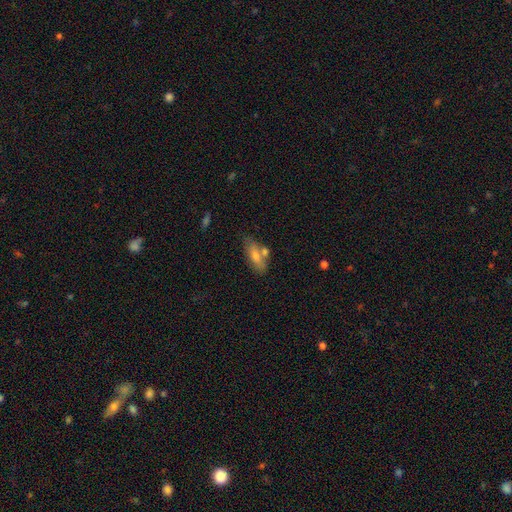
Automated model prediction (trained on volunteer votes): The model was most divided on "smooth or featured": smooth: 61%, featured or disk: 30%, star or artifact: 9%. More confident: how rounded — in between (65%); merging — none (63%).